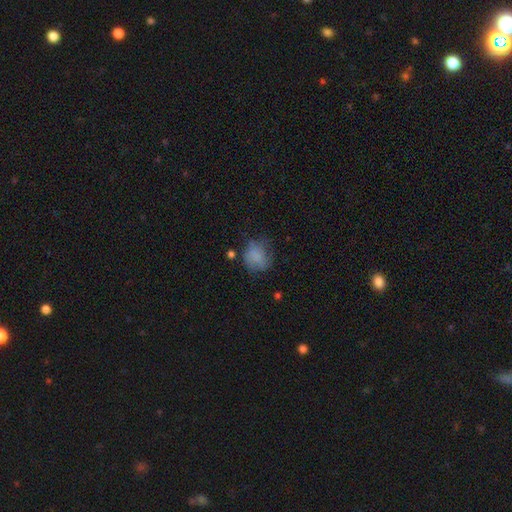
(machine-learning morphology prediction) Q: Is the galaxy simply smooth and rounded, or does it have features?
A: smooth — 75%.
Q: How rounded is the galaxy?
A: round — 63%.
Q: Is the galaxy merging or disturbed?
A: none — 52%.